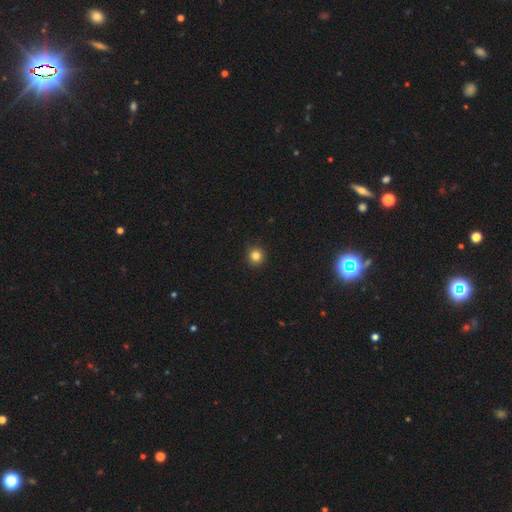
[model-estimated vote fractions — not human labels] Smooth or featured? Predicted: smooth (p=0.83). How rounded? Predicted: round (p=0.93). Merging? Predicted: none (p=0.91).